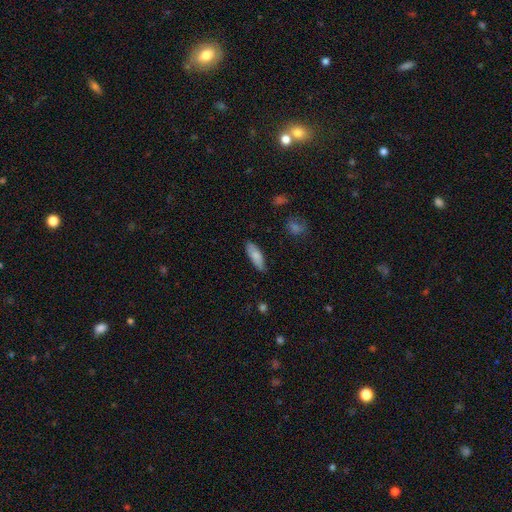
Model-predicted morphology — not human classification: Smooth or featured?
  - smooth: 81% *
  - featured or disk: 13%
  - star or artifact: 6%
How rounded?
  - in between: 57% *
  - cigar-shaped: 41%
  - round: 2%
Merging?
  - none: 80% *
  - minor disturbance: 16%
  - major disturbance: 3%
  - merger: 2%